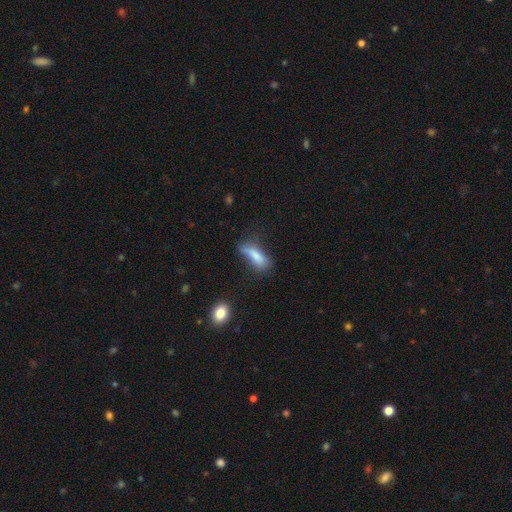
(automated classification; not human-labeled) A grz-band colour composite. It shows a smooth galaxy with no disk features (74%) that is cigar-shaped (54%). Merging: none (41%).